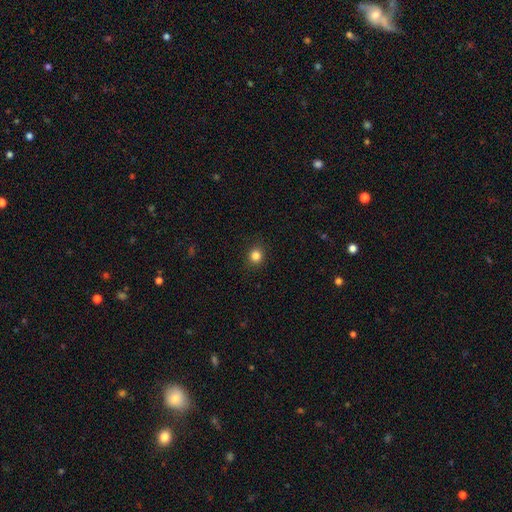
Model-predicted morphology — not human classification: This is clearly a smooth galaxy (84%). How rounded: clearly round (83%). Merging: clearly none (90%).